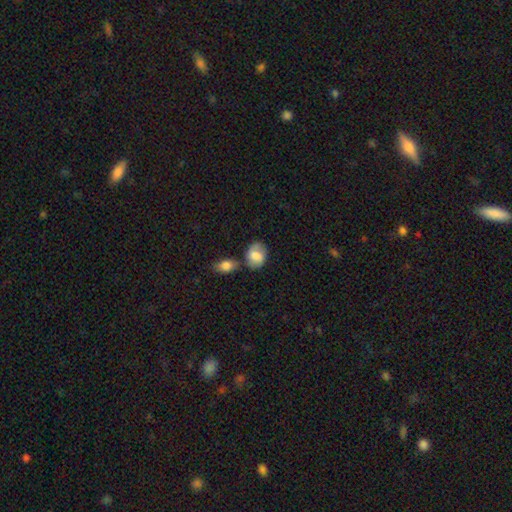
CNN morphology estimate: The model was most divided on "how rounded": in between: 67%, round: 32%, cigar-shaped: 1%. More confident: smooth or featured — smooth (71%); merging — none (59%).